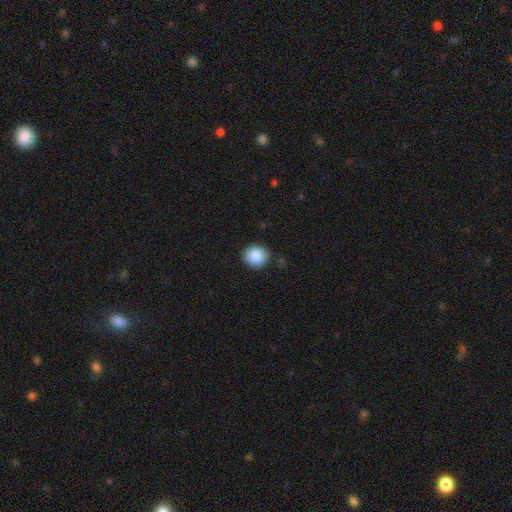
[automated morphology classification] smooth 87%, star or artifact 8%, featured or disk 5%. Down the decision tree: how rounded — round (87%); merging — none (89%).